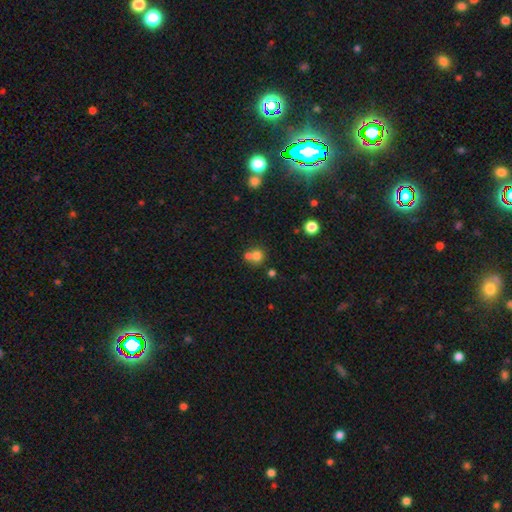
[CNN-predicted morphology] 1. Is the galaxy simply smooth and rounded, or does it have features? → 74% smooth, 14% star or artifact, 12% featured or disk.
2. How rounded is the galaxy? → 86% round, 13% in between, 1% cigar-shaped.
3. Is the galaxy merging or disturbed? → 47% none, 43% merger, 7% minor disturbance, 3% major disturbance.